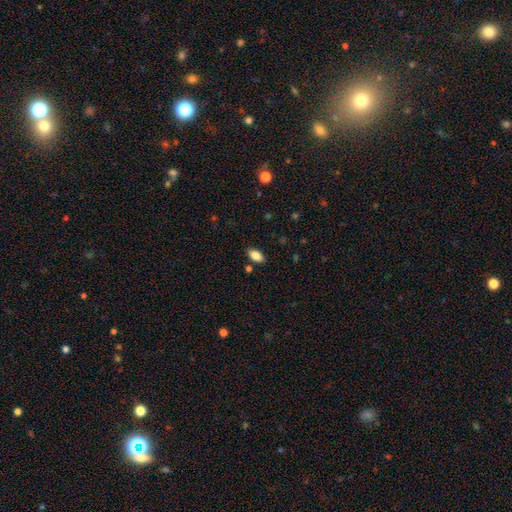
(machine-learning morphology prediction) The model was most divided on "merging": none: 85%, minor disturbance: 10%, merger: 3%, major disturbance: 2%. More confident: how rounded — in between (91%); smooth or featured — smooth (84%).